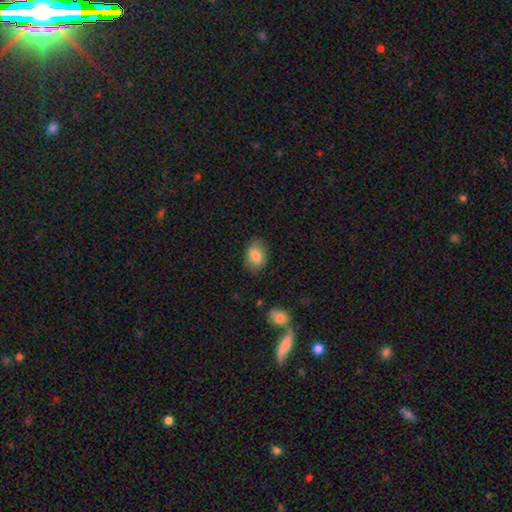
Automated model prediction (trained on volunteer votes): Morphology: type=smooth (82%); roundness=in between (81%); merging=none (80%).